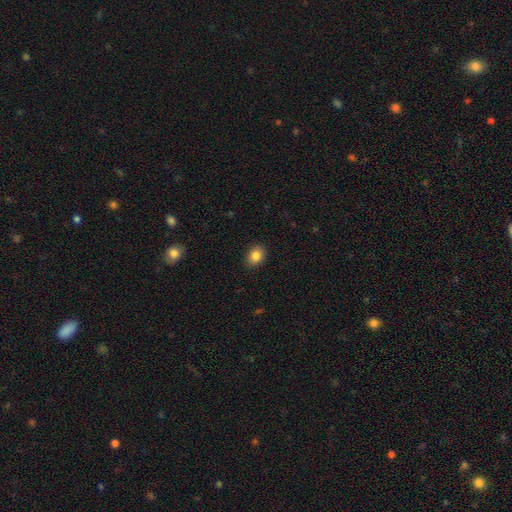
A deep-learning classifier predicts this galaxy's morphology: type=smooth (86%); roundness=in between (62%); merging=none (88%).